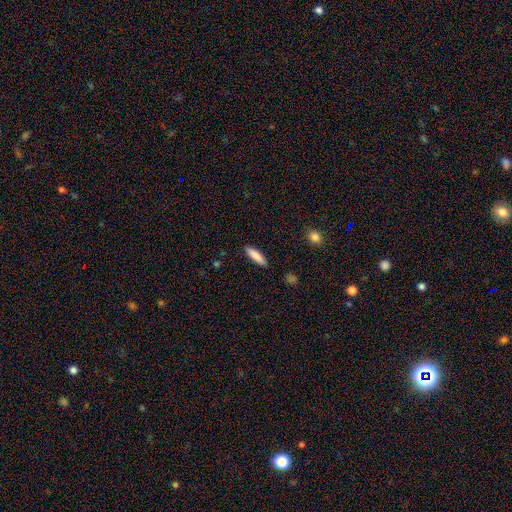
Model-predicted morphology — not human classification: A smooth galaxy with no disk features (85%) that is cigar-shaped (71%).

Vote fractions:
- Smooth or featured? smooth: 85% / featured or disk: 9% / star or artifact: 6%
- How rounded? cigar-shaped: 71% / in between: 28% / round: 1%
- Merging? none: 89% / minor disturbance: 8% / major disturbance: 2% / merger: 1%